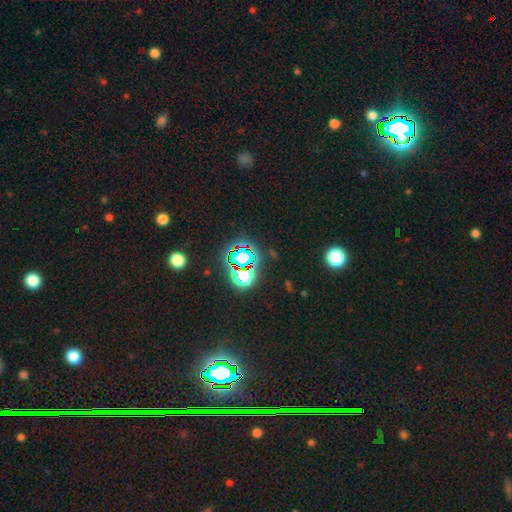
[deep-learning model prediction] Q: Smooth or featured?
A: star or artifact (81%); runner-up: smooth (12%)